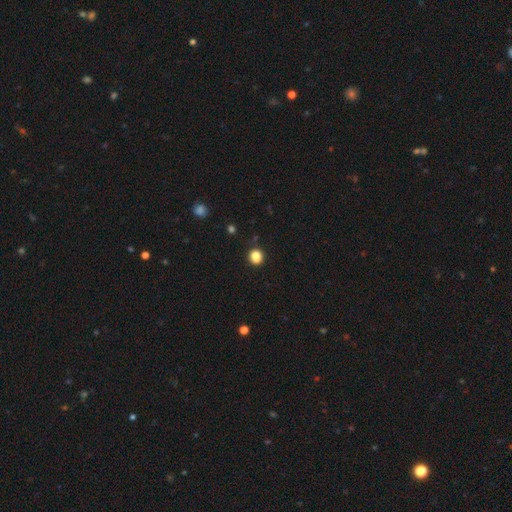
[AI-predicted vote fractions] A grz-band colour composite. It shows a smooth galaxy with no disk features (84%) that is round (82%). Merging: none (82%).